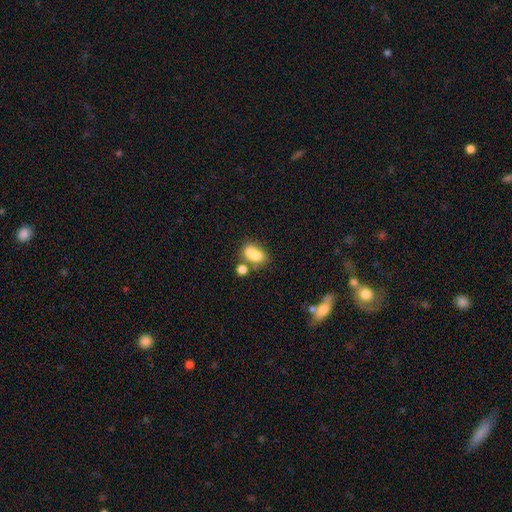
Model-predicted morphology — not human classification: A smooth galaxy with no disk features (75%) that is in between round and cigar-shaped (78%).

Vote fractions:
- Smooth or featured? smooth: 75% / featured or disk: 14% / star or artifact: 11%
- How rounded? in between: 78% / round: 19% / cigar-shaped: 3%
- Merging? merger: 42% / none: 35% / minor disturbance: 15% / major disturbance: 8%